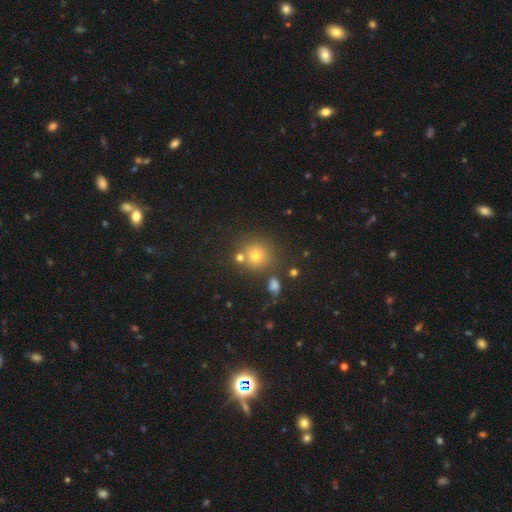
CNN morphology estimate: Smooth or featured? smooth (69%)
How rounded? round (89%)
Merging? none (70%)